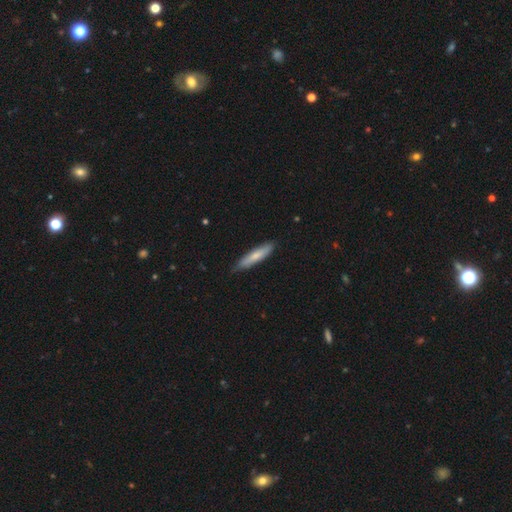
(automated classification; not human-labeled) Smooth or featured?
  - smooth: 71% *
  - featured or disk: 23%
  - star or artifact: 5%
How rounded?
  - cigar-shaped: 85% *
  - in between: 14%
  - round: 1%
Merging?
  - none: 83% *
  - minor disturbance: 14%
  - major disturbance: 2%
  - merger: 1%